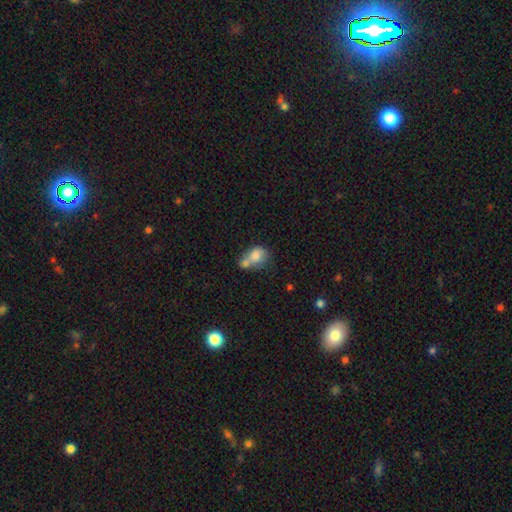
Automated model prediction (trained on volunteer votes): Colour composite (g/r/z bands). It shows a smooth galaxy with no disk features (75%) that is in between round and cigar-shaped (59%). Merging: merger (60%).